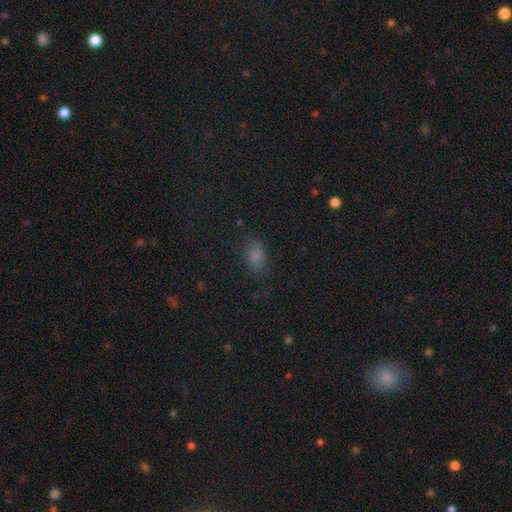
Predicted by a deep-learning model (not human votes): Morphology: type=smooth (76%); roundness=in between (87%); merging=none (75%).